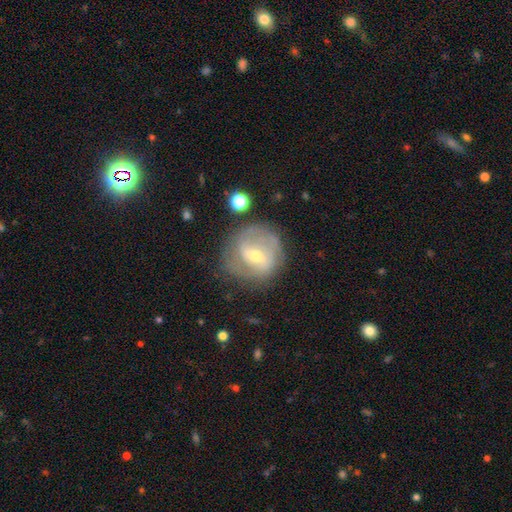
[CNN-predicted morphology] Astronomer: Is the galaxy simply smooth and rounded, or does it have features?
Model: featured or disk — 71%.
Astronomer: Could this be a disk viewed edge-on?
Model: no — 96%.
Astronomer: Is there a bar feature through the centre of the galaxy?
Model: weak — 51% (runner-up: strong, 29%).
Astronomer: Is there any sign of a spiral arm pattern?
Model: yes — 78%.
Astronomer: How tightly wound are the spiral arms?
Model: tight — 44% (runner-up: medium, 39%).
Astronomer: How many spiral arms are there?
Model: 2 — 53% (runner-up: can't tell, 29%).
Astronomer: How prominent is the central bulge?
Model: moderate — 50% (runner-up: small, 46%).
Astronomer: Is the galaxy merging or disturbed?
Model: none — 70%.